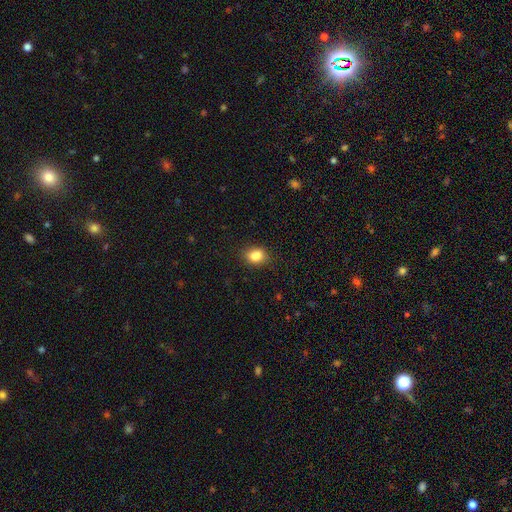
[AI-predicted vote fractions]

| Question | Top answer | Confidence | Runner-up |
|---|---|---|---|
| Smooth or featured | smooth | 86% | star or artifact (10%) |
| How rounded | in between | 57% | round (42%) |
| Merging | none | 84% | minor disturbance (12%) |